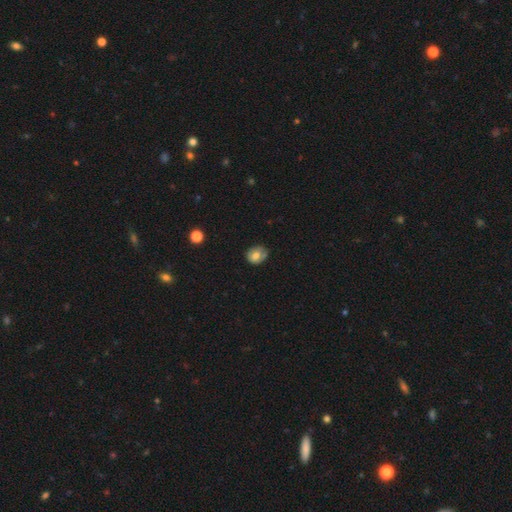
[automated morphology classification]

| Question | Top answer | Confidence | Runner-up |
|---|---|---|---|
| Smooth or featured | smooth | 67% | featured or disk (25%) |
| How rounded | round | 60% | in between (39%) |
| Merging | none | 64% | minor disturbance (27%) |